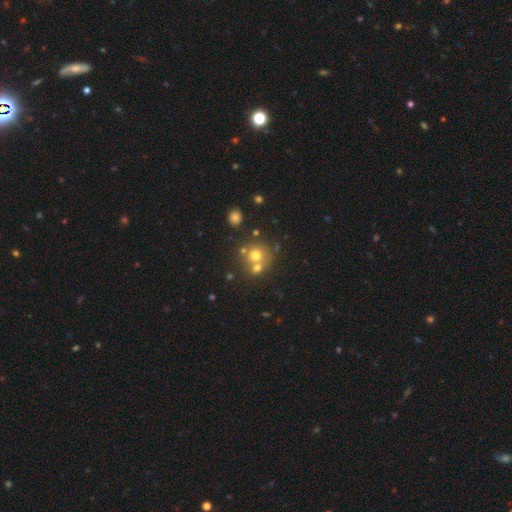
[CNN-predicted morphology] A smooth galaxy with no disk features (67%) that is round (86%). Merging: none (49%).